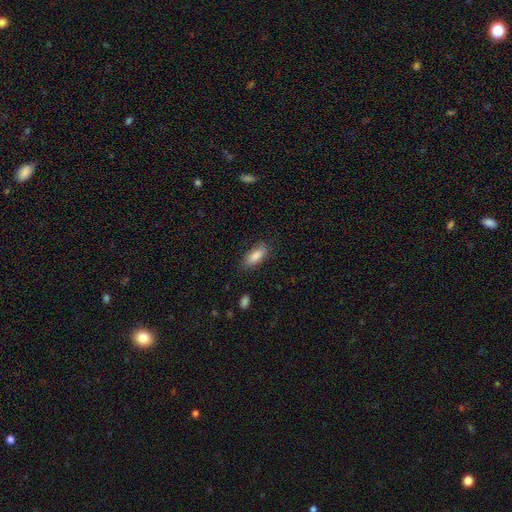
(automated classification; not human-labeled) A smooth galaxy with no disk features (85%) that is in between round and cigar-shaped (79%).

Vote fractions:
- Smooth or featured? smooth: 85% / featured or disk: 8% / star or artifact: 7%
- How rounded? in between: 79% / cigar-shaped: 19% / round: 2%
- Merging? none: 83% / minor disturbance: 13% / major disturbance: 3% / merger: 1%